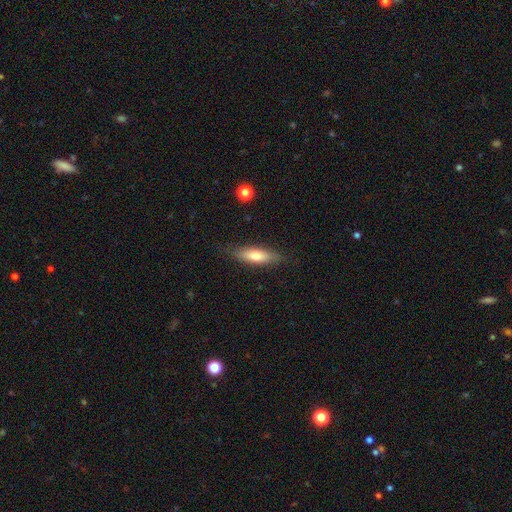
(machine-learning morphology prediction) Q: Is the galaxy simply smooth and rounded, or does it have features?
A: smooth — 68%.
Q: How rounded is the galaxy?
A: cigar-shaped — 56%.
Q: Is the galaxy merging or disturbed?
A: none — 81%.